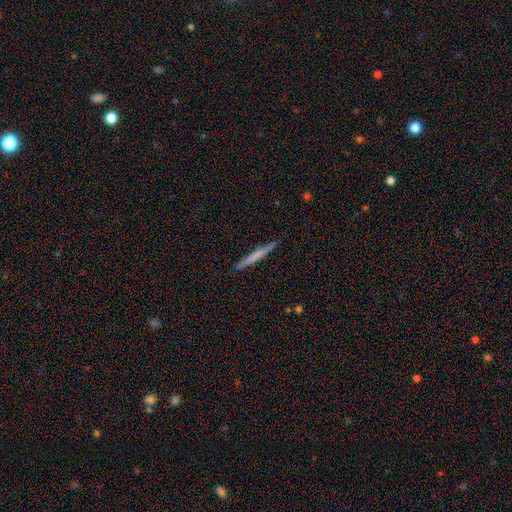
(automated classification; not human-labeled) A smooth galaxy with no disk features (54%) that is cigar-shaped (97%).

Vote fractions:
- Smooth or featured? smooth: 54% / featured or disk: 41% / star or artifact: 5%
- How rounded? cigar-shaped: 97% / in between: 2% / round: 1%
- Merging? none: 91% / minor disturbance: 6% / major disturbance: 1% / merger: 1%